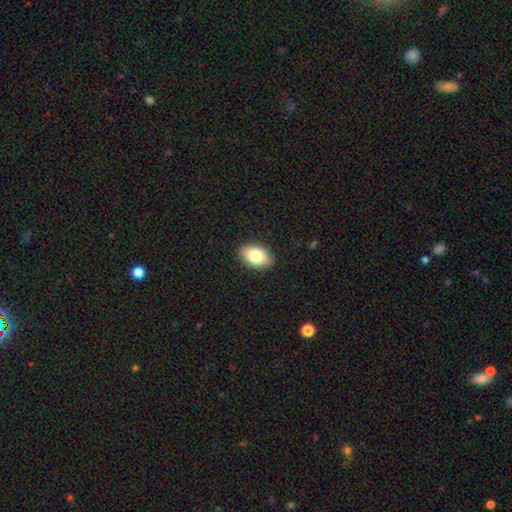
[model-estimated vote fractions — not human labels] A smooth galaxy with no disk features (81%) that is in between round and cigar-shaped (91%).

Vote fractions:
- Smooth or featured? smooth: 81% / featured or disk: 12% / star or artifact: 7%
- How rounded? in between: 91% / round: 7% / cigar-shaped: 1%
- Merging? none: 89% / minor disturbance: 8% / major disturbance: 2% / merger: 1%